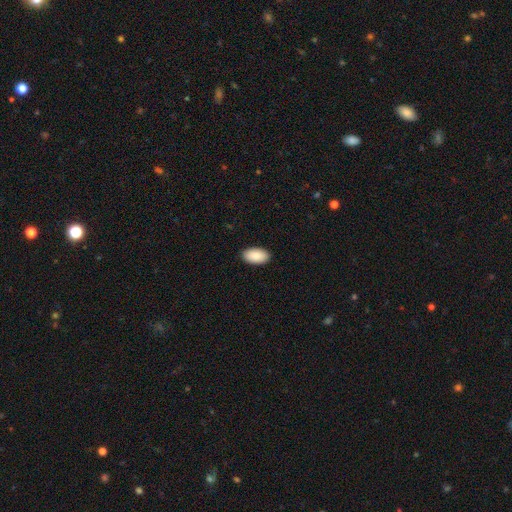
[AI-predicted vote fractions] This appears to be a smooth galaxy with no disk features (91%) that is in between round and cigar-shaped (96%). Merging: none (90%).